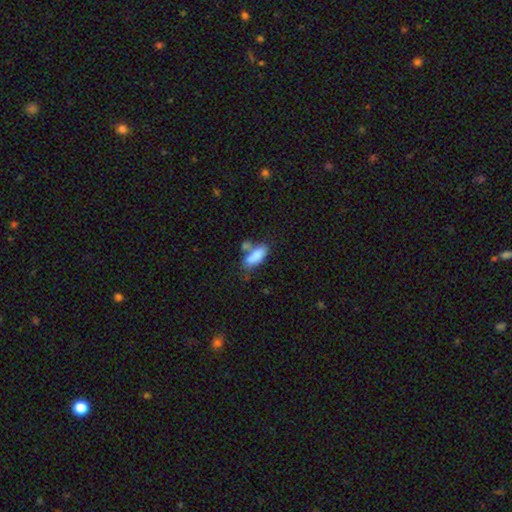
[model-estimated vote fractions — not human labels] smooth 81%, featured or disk 11%, star or artifact 8%. Down the decision tree: how rounded — in between (81%); merging — none (39%).